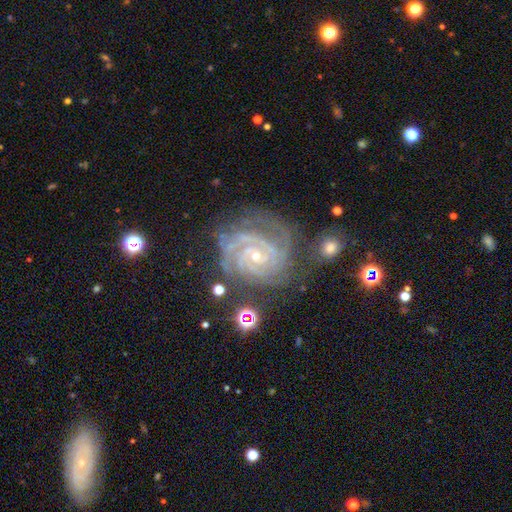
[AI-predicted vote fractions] Smooth or featured? featured or disk (91%)
Edge-on disk? no (98%)
Bar? no (63%)
Spiral arms? yes (99%)
Spiral winding? tight (78%)
Spiral arm count? 3 (31%)
Bulge size? small (77%)
Merging? none (68%)